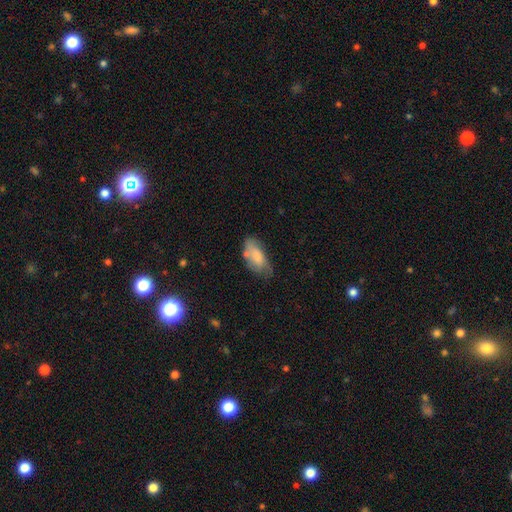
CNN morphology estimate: Smooth or featured?
  - smooth: 73% *
  - featured or disk: 20%
  - star or artifact: 7%
How rounded?
  - in between: 89% *
  - cigar-shaped: 8%
  - round: 3%
Merging?
  - none: 50% *
  - minor disturbance: 33%
  - major disturbance: 11%
  - merger: 6%